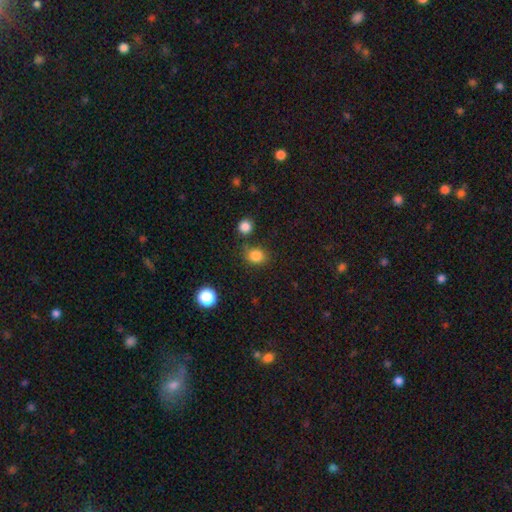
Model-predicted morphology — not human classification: smooth 83%, star or artifact 12%, featured or disk 5%. Down the decision tree: how rounded — round (61%); merging — none (72%).